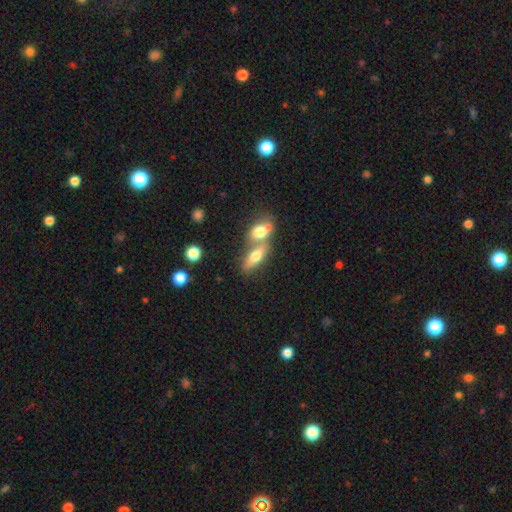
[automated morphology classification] Q: Smooth or featured?
A: smooth (66%); runner-up: featured or disk (26%)
Q: How rounded?
A: in between (69%); runner-up: cigar-shaped (22%)
Q: Merging?
A: merger (59%); runner-up: none (30%)